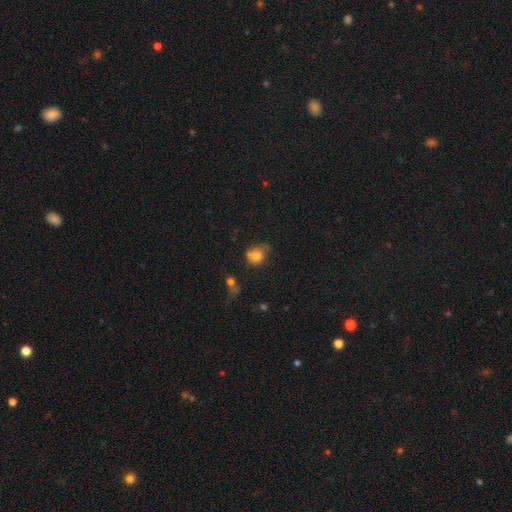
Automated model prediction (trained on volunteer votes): Morphology: type=smooth (77%); roundness=round (72%); merging=none (47%).